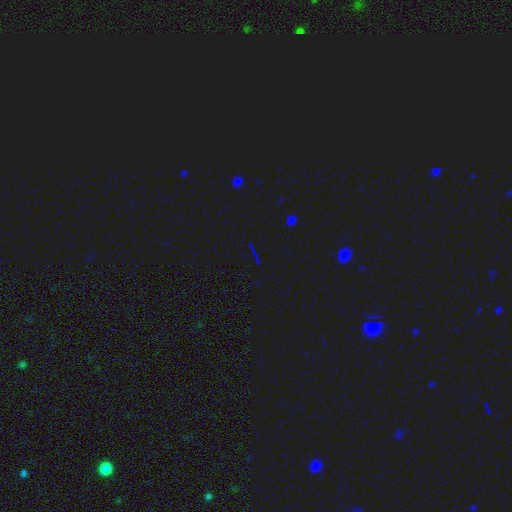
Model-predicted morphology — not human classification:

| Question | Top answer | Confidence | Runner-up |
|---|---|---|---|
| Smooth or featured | star or artifact | 78% | smooth (12%) |